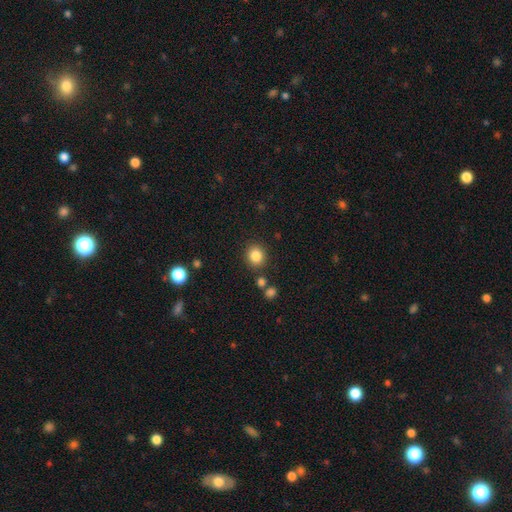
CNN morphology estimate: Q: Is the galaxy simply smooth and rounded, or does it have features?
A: smooth — 84%.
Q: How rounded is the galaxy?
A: round — 82%.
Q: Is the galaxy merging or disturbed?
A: none — 85%.